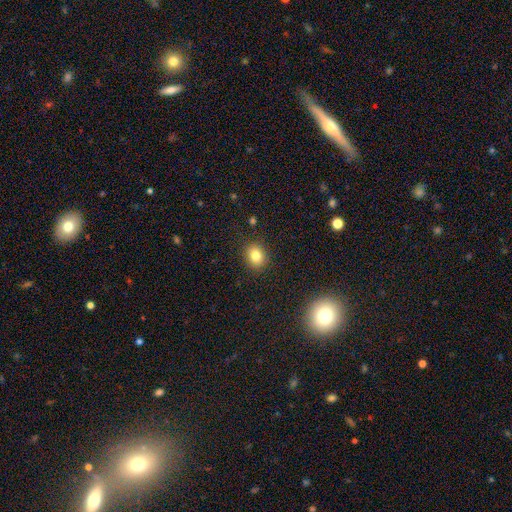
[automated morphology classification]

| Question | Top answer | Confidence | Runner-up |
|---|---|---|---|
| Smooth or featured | smooth | 82% | star or artifact (11%) |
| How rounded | round | 60% | in between (39%) |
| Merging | none | 89% | minor disturbance (8%) |